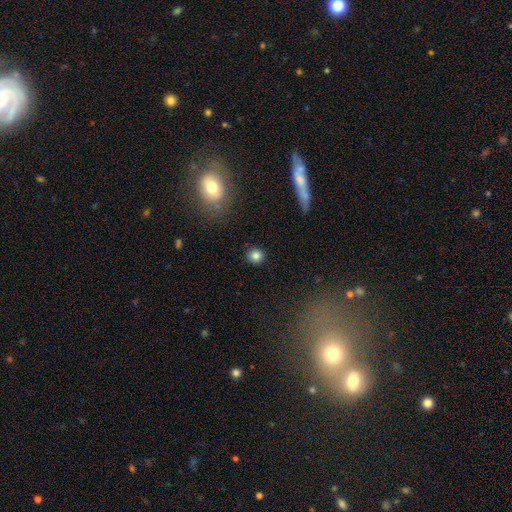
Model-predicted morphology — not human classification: smooth 84%, star or artifact 11%, featured or disk 5%. Down the decision tree: how rounded — round (88%); merging — none (90%).